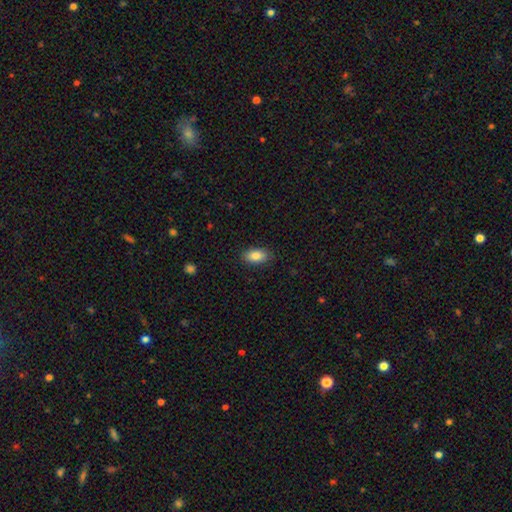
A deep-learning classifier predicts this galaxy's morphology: This is clearly a smooth galaxy (86%). How rounded: clearly in between (92%). Merging: clearly none (87%).